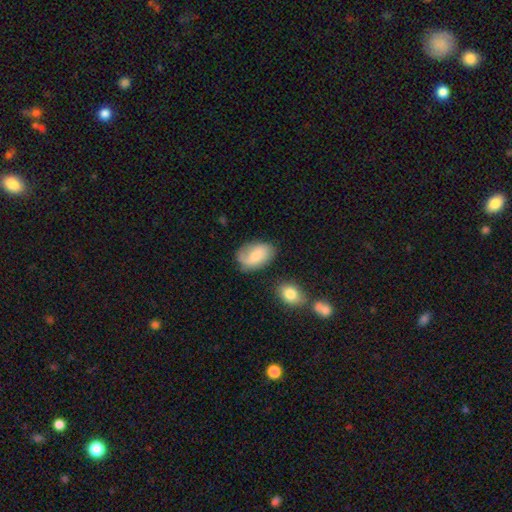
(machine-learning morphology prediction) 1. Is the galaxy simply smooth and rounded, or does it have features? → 55% smooth, 38% featured or disk, 7% star or artifact.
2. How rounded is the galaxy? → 86% in between, 12% round, 2% cigar-shaped.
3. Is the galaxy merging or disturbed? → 65% none, 24% minor disturbance, 7% major disturbance, 5% merger.